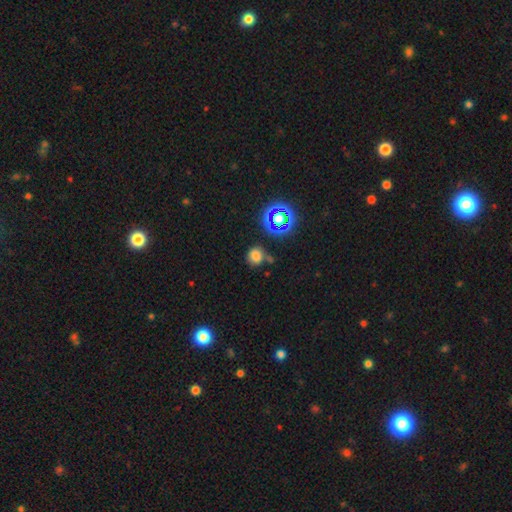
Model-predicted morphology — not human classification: This is likely a smooth galaxy (72%). How rounded: clearly round (81%). Merging: likely none (70%).